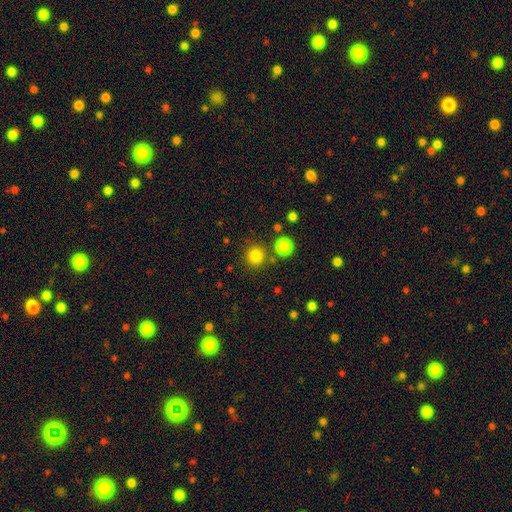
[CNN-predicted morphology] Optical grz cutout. It shows a smooth galaxy with no disk features (82%) that is round (93%). Merging: none (82%).